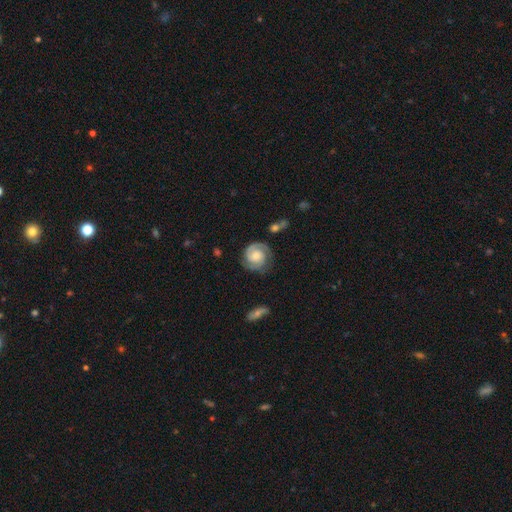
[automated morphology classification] A featured or disk galaxy (79%) with no bar (63%), 2 (75%) tight (61%) spiral arms (96%) and a moderate central bulge (38%). Merging: none (75%).